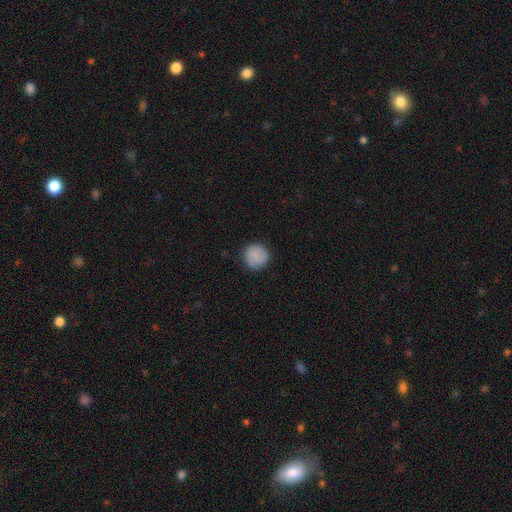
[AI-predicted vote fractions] Smooth or featured?
  - smooth: 88% *
  - star or artifact: 7%
  - featured or disk: 5%
How rounded?
  - round: 95% *
  - in between: 4%
  - cigar-shaped: 1%
Merging?
  - none: 89% *
  - minor disturbance: 8%
  - major disturbance: 2%
  - merger: 1%